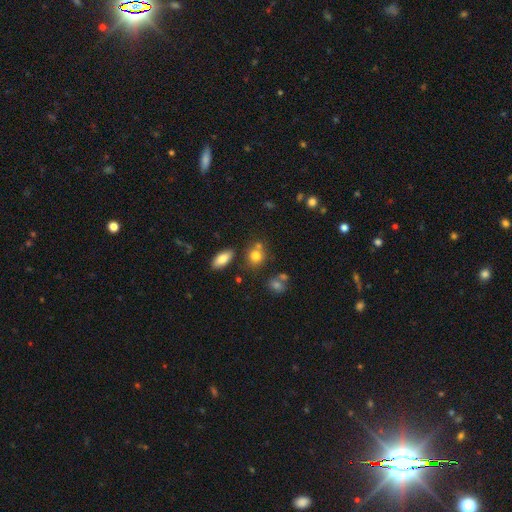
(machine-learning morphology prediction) smooth 78%, star or artifact 12%, featured or disk 10%. Down the decision tree: how rounded — round (69%); merging — none (61%).